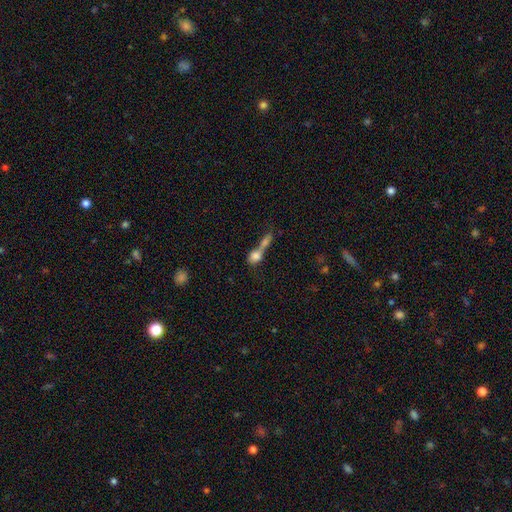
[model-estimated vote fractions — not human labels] Morphology: type=smooth (70%); roundness=in between (50%); merging=merger (74%).